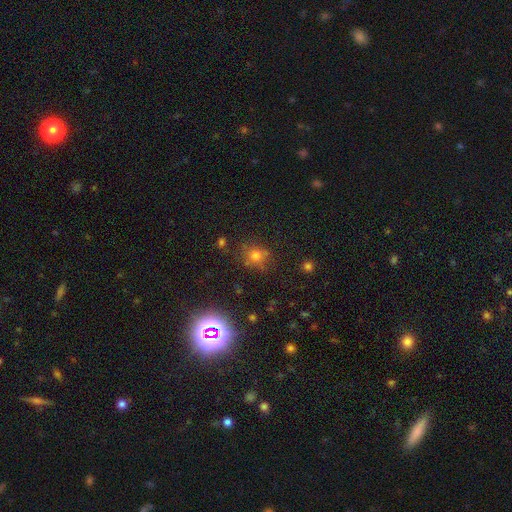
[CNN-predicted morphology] Smooth or featured?
  - smooth: 66% *
  - star or artifact: 24%
  - featured or disk: 11%
How rounded?
  - round: 76% *
  - in between: 22%
  - cigar-shaped: 1%
Merging?
  - none: 71% *
  - minor disturbance: 18%
  - major disturbance: 7%
  - merger: 5%